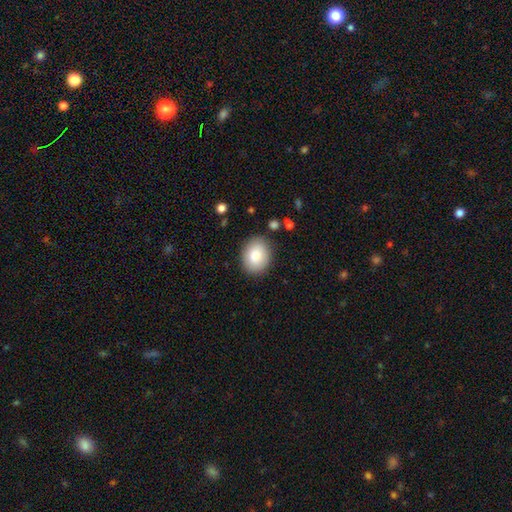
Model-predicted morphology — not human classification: Overall: smooth (84%). How rounded: in between (58%; round 41%). Merging: none (86%).